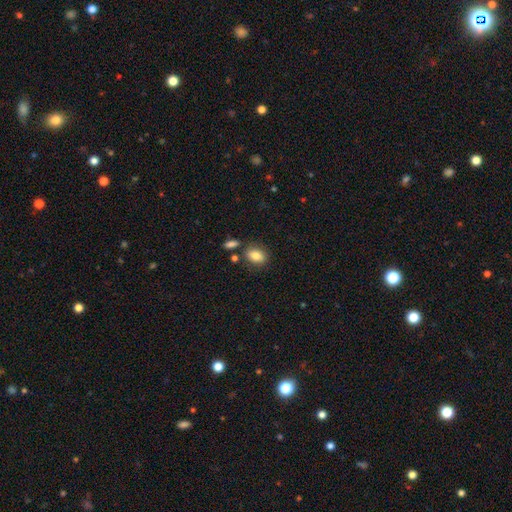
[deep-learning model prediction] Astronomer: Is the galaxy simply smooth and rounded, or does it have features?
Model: smooth — 84%.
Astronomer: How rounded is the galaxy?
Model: in between — 78%.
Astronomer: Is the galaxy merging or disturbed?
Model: none — 76%.